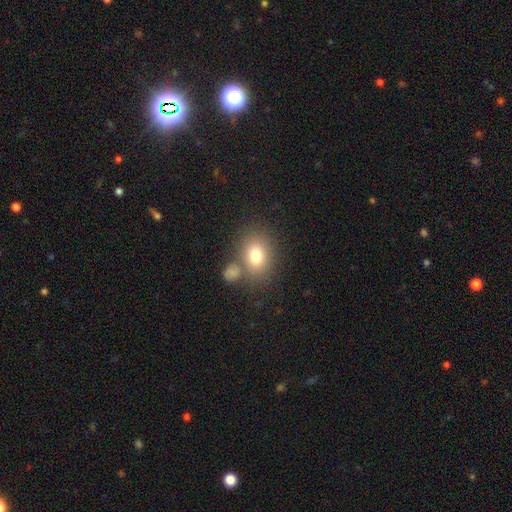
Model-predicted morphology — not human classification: Smooth or featured?
  - smooth: 77% *
  - featured or disk: 12%
  - star or artifact: 11%
How rounded?
  - in between: 56% *
  - round: 43%
  - cigar-shaped: 1%
Merging?
  - none: 66% *
  - merger: 16%
  - minor disturbance: 13%
  - major disturbance: 5%